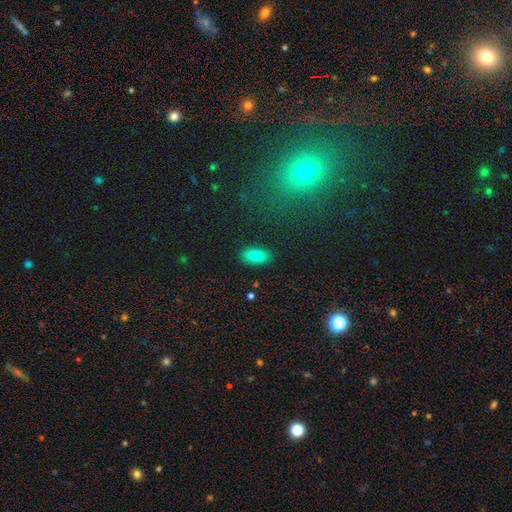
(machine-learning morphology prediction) This is clearly a smooth galaxy (83%). How rounded: clearly in between (92%). Merging: clearly none (89%).